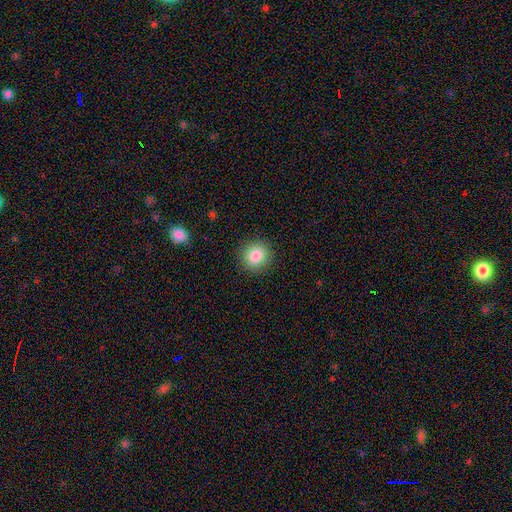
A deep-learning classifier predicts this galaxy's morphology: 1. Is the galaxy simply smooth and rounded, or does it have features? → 85% smooth, 9% star or artifact, 6% featured or disk.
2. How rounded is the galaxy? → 89% round, 10% in between, 1% cigar-shaped.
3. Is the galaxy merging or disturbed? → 90% none, 6% minor disturbance, 2% major disturbance, 1% merger.